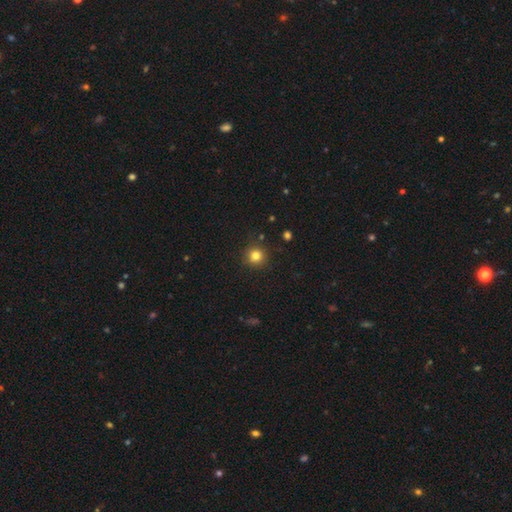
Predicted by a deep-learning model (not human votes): smooth 81%, star or artifact 13%, featured or disk 6%. Down the decision tree: how rounded — round (93%); merging — none (89%).